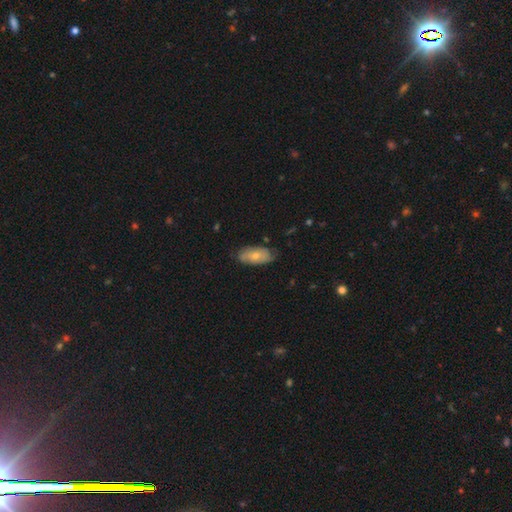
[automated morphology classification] smooth 56%, featured or disk 38%, star or artifact 6%. Down the decision tree: how rounded — in between (91%); merging — none (69%).